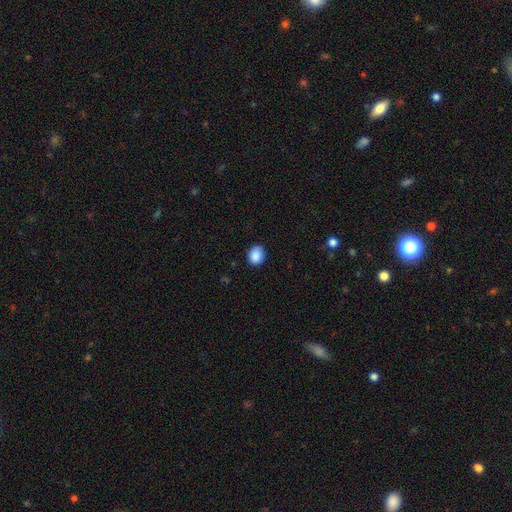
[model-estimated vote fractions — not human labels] smooth 89%, star or artifact 8%, featured or disk 3%. Down the decision tree: how rounded — round (61%); merging — none (86%).